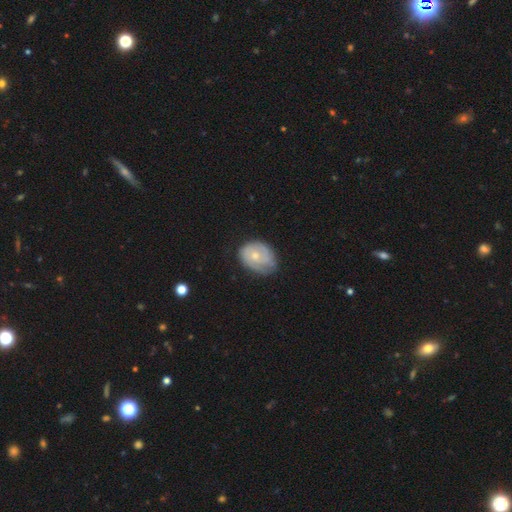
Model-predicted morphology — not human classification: A featured or disk galaxy (56%) with no bar (79%), spiral arms (77%) and a small central bulge (56%). Merging: none (61%).